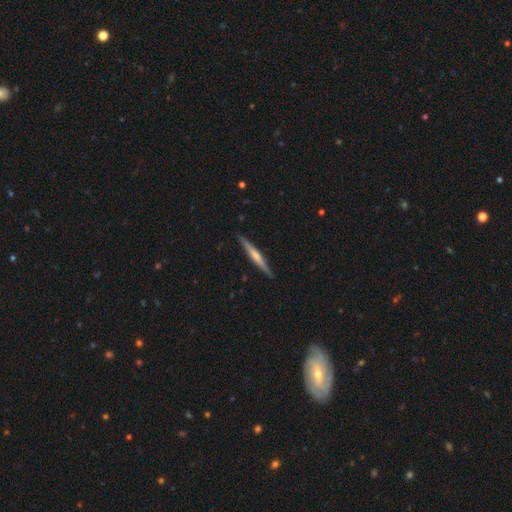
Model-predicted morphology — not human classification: featured or disk 55%, smooth 39%, star or artifact 5%. Down the decision tree: edge-on disk — yes (97%); edge-on bulge — rounded (48%); merging — none (89%).